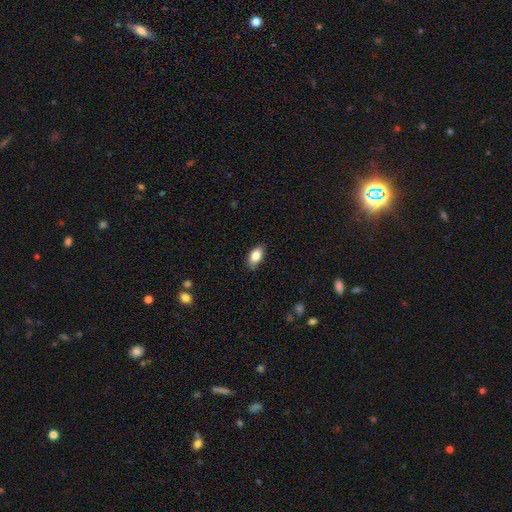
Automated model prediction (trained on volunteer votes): This appears to be a smooth galaxy with no disk features (85%) that is in between round and cigar-shaped (91%). Merging: none (83%).